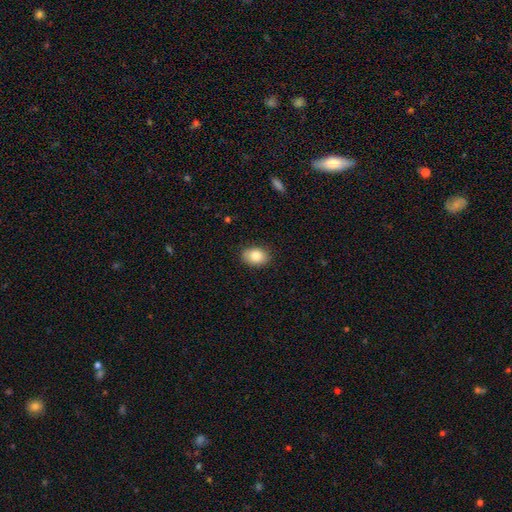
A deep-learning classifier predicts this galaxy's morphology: This appears to be a smooth galaxy with no disk features (84%) that is in between round and cigar-shaped (78%). Merging: none (85%).